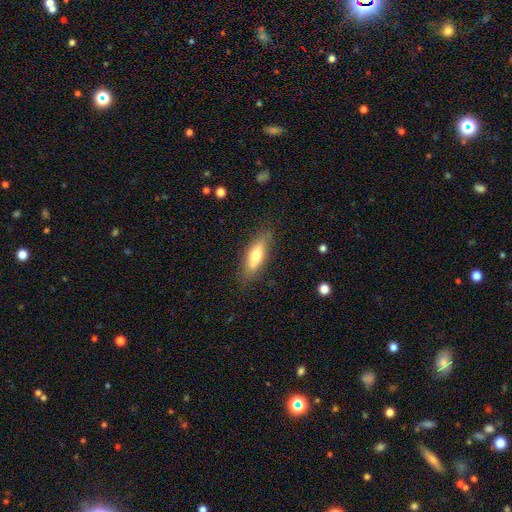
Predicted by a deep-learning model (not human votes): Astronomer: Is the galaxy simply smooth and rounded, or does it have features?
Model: smooth — 64%.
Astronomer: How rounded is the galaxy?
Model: in between — 59% (runner-up: cigar-shaped, 39%).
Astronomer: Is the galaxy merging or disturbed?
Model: none — 78%.